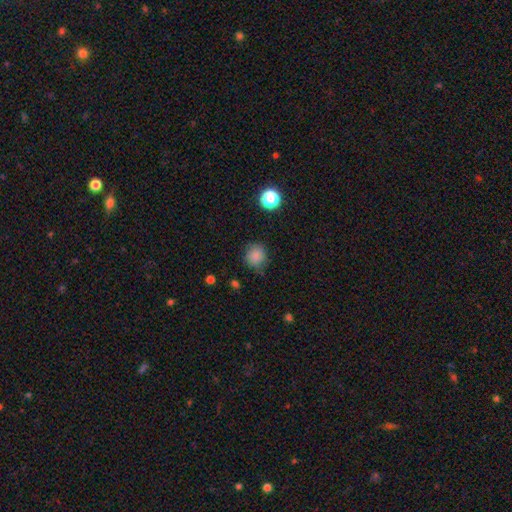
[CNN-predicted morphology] A smooth galaxy with no disk features (84%) that is round (84%).

Vote fractions:
- Smooth or featured? smooth: 84% / star or artifact: 12% / featured or disk: 4%
- How rounded? round: 84% / in between: 15% / cigar-shaped: 1%
- Merging? none: 80% / minor disturbance: 15% / major disturbance: 4% / merger: 2%